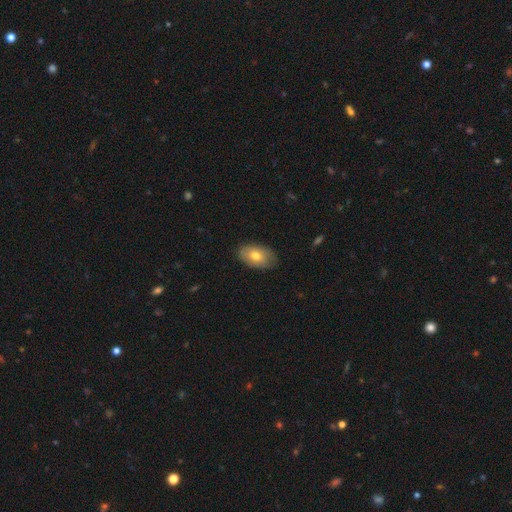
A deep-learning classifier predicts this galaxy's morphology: Smooth or featured? Predicted: smooth (p=0.71). How rounded? Predicted: in between (p=0.92). Merging? Predicted: none (p=0.81).